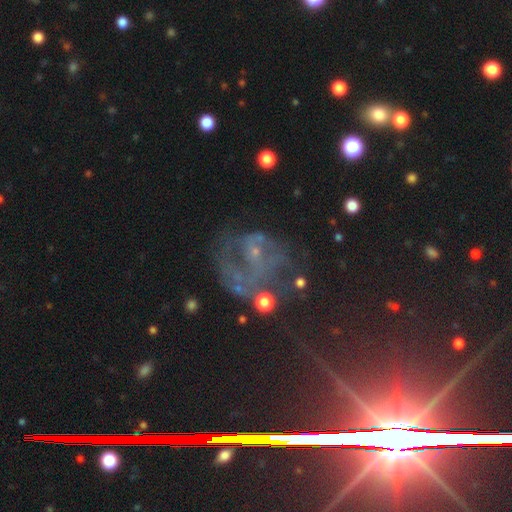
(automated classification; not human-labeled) This is possibly a featured or disk galaxy (55%). It is clearly not viewed edge-on (97%). Bar: likely no (64%). Spiral arm pattern: likely yes (64%). Central bulge: possibly small (59%). Merging: marginally none (44%).